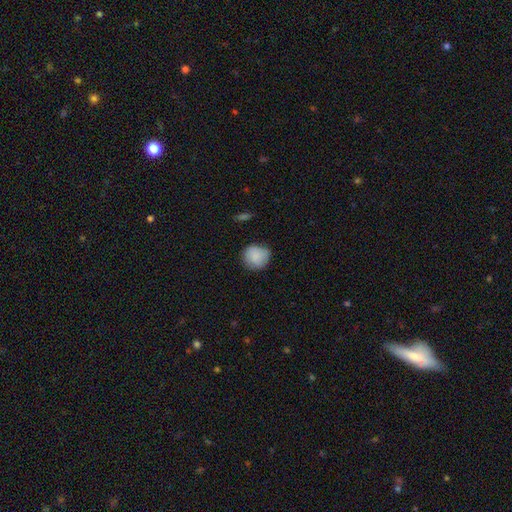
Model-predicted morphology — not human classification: This is clearly a smooth galaxy (84%). How rounded: clearly round (89%). Merging: likely none (74%).